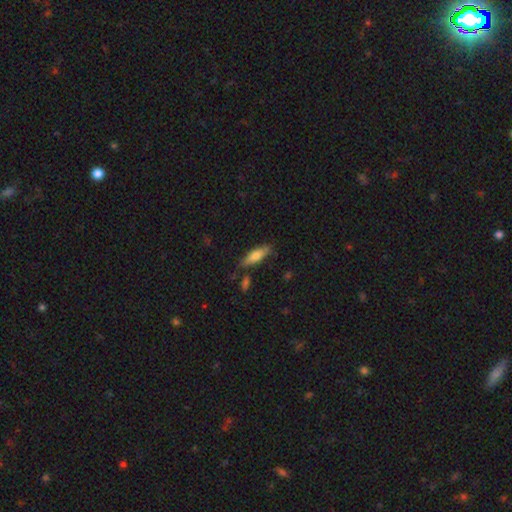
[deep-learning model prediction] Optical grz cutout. It shows a smooth galaxy with no disk features (71%) that is cigar-shaped (55%). Merging: none (77%).